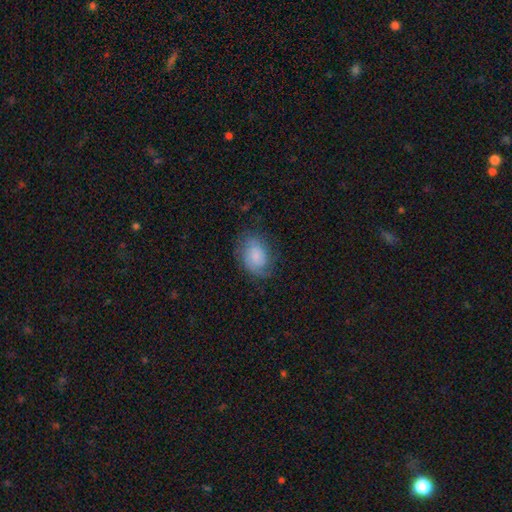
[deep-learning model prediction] This is possibly a smooth galaxy (51%). How rounded: likely in between (77%). Merging: likely none (67%).